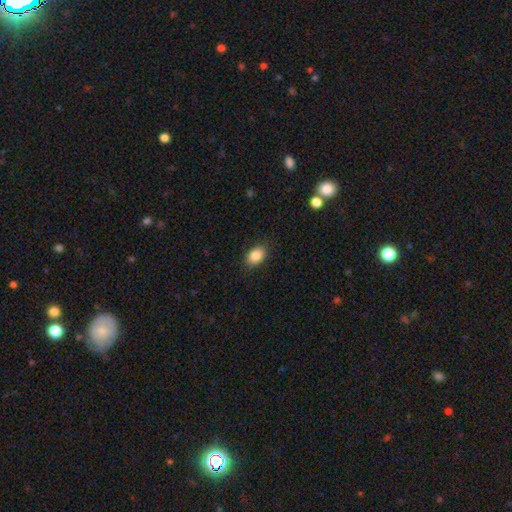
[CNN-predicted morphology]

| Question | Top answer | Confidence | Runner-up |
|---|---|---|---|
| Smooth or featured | smooth | 85% | star or artifact (8%) |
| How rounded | in between | 80% | round (18%) |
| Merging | none | 85% | minor disturbance (11%) |